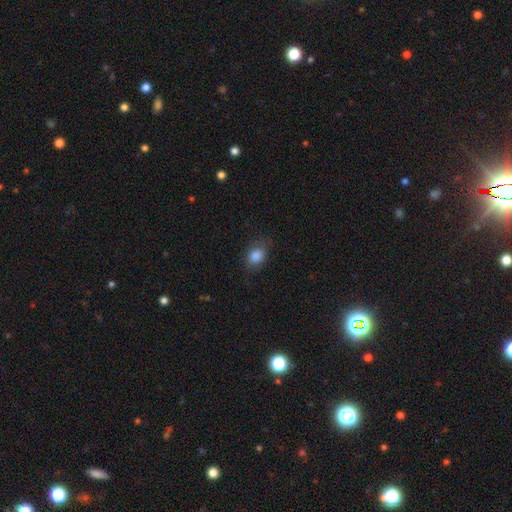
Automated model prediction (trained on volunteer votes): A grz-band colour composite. It shows a smooth galaxy with no disk features (85%) that is in between round and cigar-shaped (68%). Merging: none (74%).